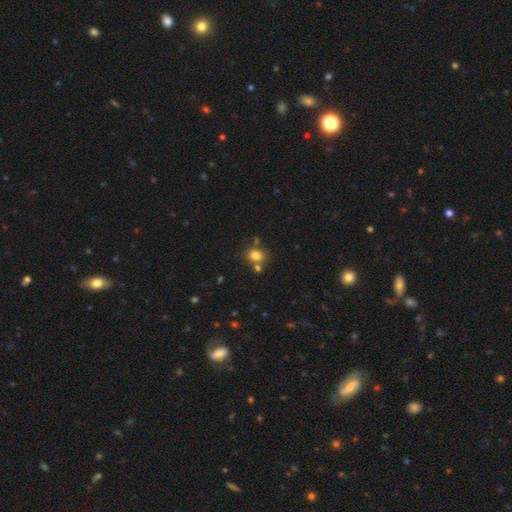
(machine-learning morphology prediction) smooth 79%, star or artifact 13%, featured or disk 8%. Down the decision tree: how rounded — round (56%); merging — none (64%).